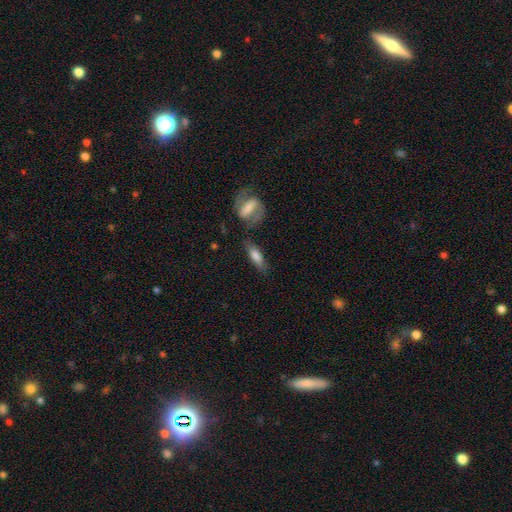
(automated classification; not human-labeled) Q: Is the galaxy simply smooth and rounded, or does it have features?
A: smooth — 70%.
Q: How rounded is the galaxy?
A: cigar-shaped — 51%.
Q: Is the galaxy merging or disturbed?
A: none — 68%.